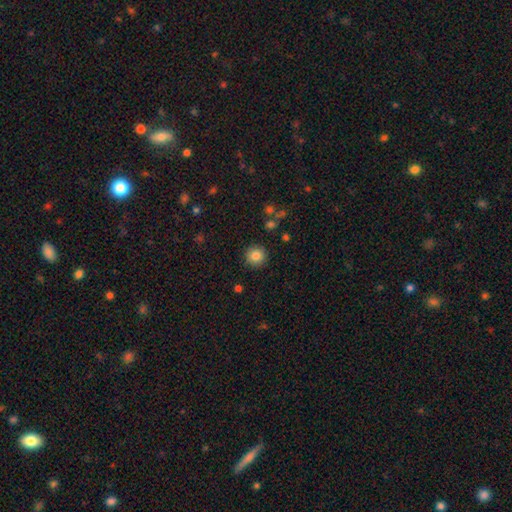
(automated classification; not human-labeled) smooth_or_featured: smooth (p=0.83) [alt: star or artifact p=0.10]
how_rounded: round (p=0.94) [alt: in between p=0.05]
merging: none (p=0.90) [alt: minor disturbance p=0.06]